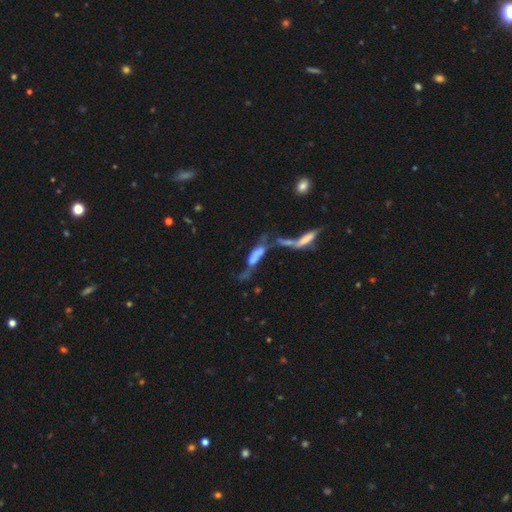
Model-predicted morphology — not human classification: Overall: featured or disk (45%; smooth 42%). Merging: merger (66%).